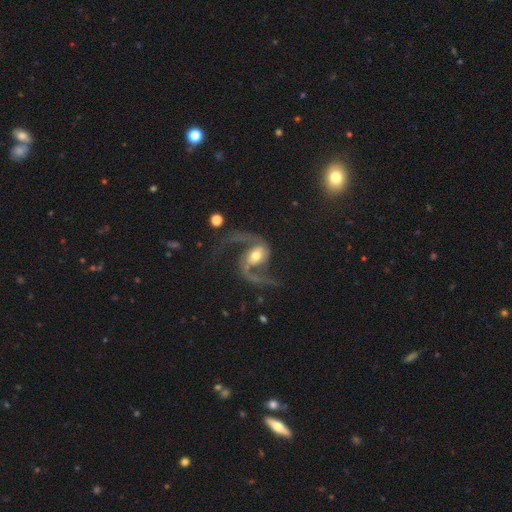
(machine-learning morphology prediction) Smooth or featured: featured or disk — 91% (star or artifact — 5%)
Edge-on disk: no — 98% (yes — 2%)
Bar: no — 42% (weak — 38%)
Spiral arms: yes — 97% (no — 3%)
Spiral winding: loose — 63% (medium — 31%)
Spiral arm count: 2 — 93% (1 — 2%)
Bulge size: moderate — 64% (small — 22%)
Merging: none — 64% (major disturbance — 17%)